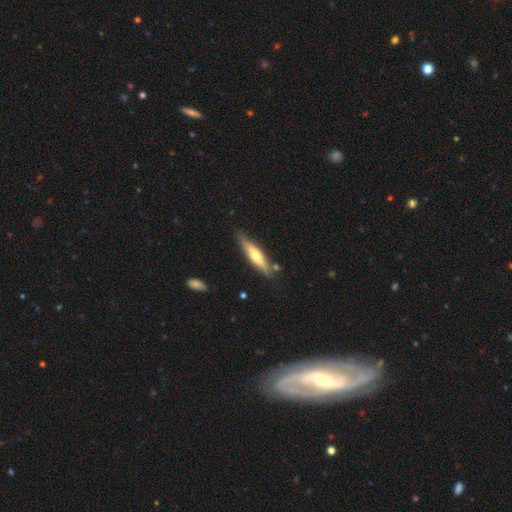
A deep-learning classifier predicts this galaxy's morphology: A smooth galaxy with no disk features (54%) that is cigar-shaped (78%). Merging: none (79%).